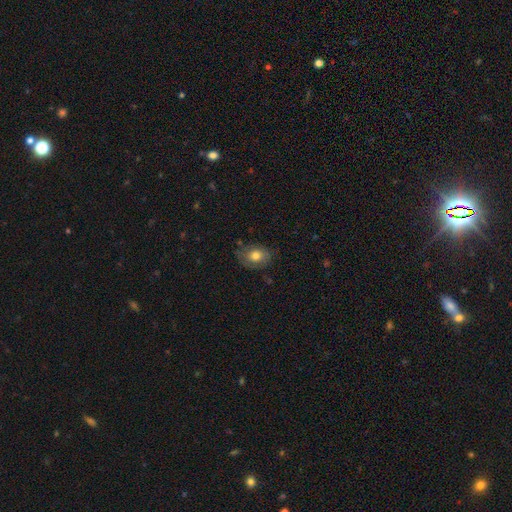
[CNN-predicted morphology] smooth 72%, featured or disk 20%, star or artifact 8%. Down the decision tree: how rounded — in between (72%); merging — none (71%).